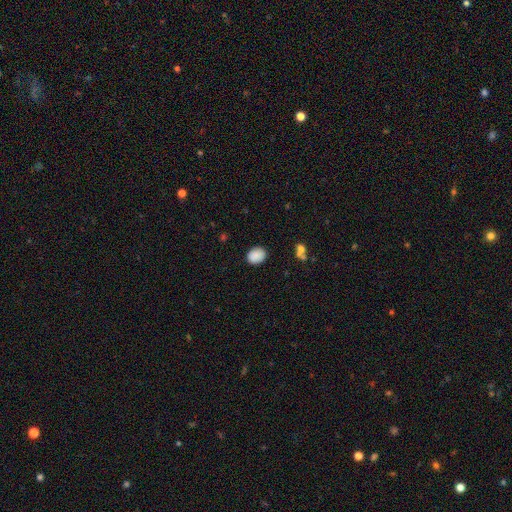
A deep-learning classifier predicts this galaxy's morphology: A smooth galaxy with no disk features (87%) that is in between round and cigar-shaped (54%).

Vote fractions:
- Smooth or featured? smooth: 87% / star or artifact: 8% / featured or disk: 5%
- How rounded? in between: 54% / round: 45% / cigar-shaped: 1%
- Merging? none: 84% / minor disturbance: 12% / major disturbance: 3% / merger: 2%